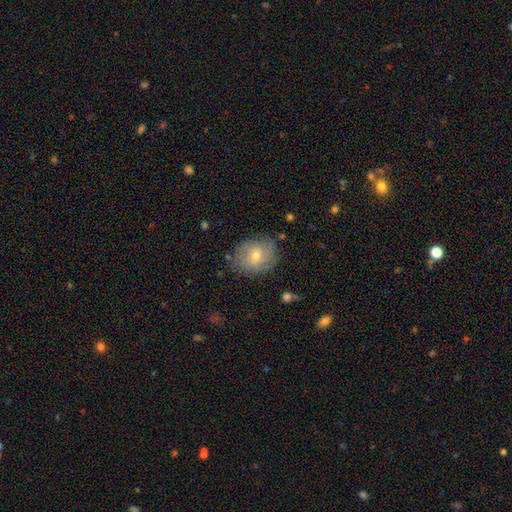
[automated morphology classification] This appears to be a smooth galaxy with no disk features (56%) that is round (53%). Merging: none (74%).